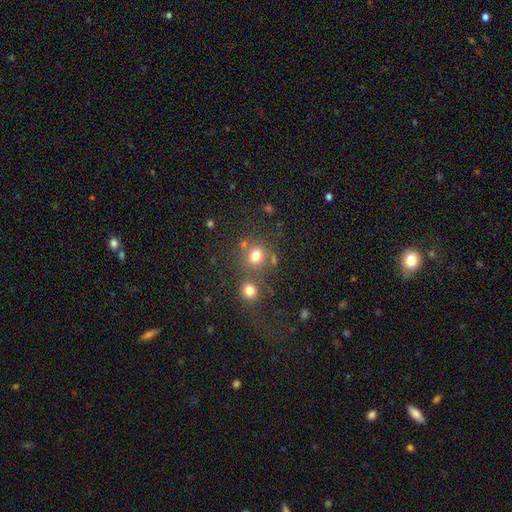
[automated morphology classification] A smooth galaxy with no disk features (74%) that is round (87%).

Vote fractions:
- Smooth or featured? smooth: 74% / star or artifact: 17% / featured or disk: 8%
- How rounded? round: 87% / in between: 12% / cigar-shaped: 1%
- Merging? none: 64% / merger: 22% / minor disturbance: 9% / major disturbance: 5%